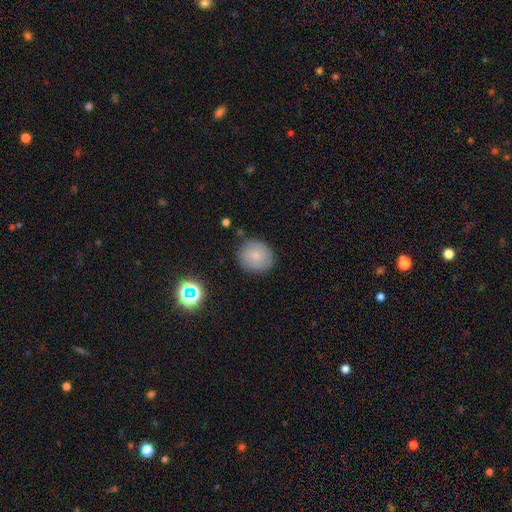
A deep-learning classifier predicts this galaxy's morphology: type=smooth (65%); roundness=round (84%); merging=none (83%).